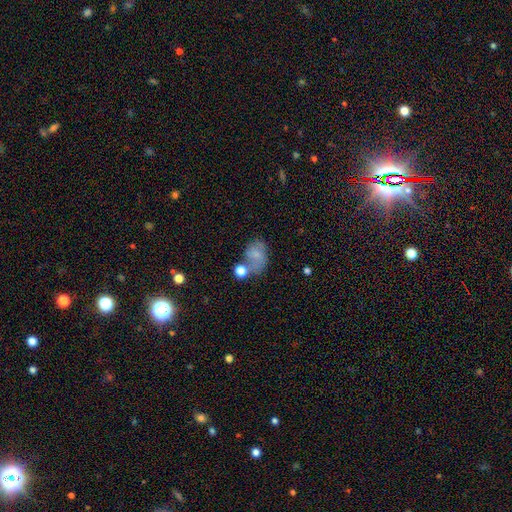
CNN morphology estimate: A smooth galaxy with no disk features (62%) that is in between round and cigar-shaped (73%).

Vote fractions:
- Smooth or featured? smooth: 62% / featured or disk: 27% / star or artifact: 12%
- How rounded? in between: 73% / round: 25% / cigar-shaped: 1%
- Merging? none: 41% / minor disturbance: 23% / merger: 21% / major disturbance: 15%